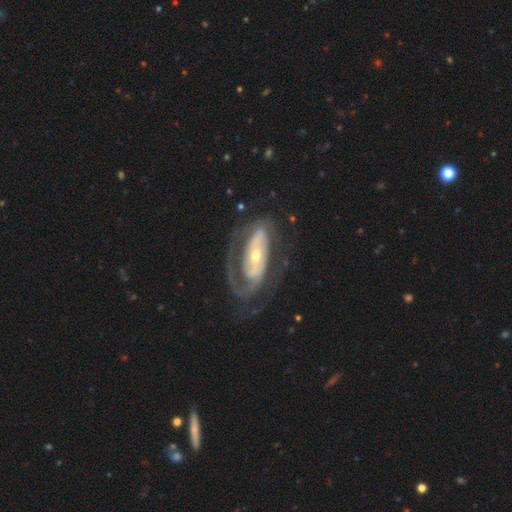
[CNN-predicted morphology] This appears to be a featured or disk galaxy (84%) with no bar (45%), 2 (54%) tight (47%) spiral arms (89%) and a small central bulge (54%). Merging: none (60%).